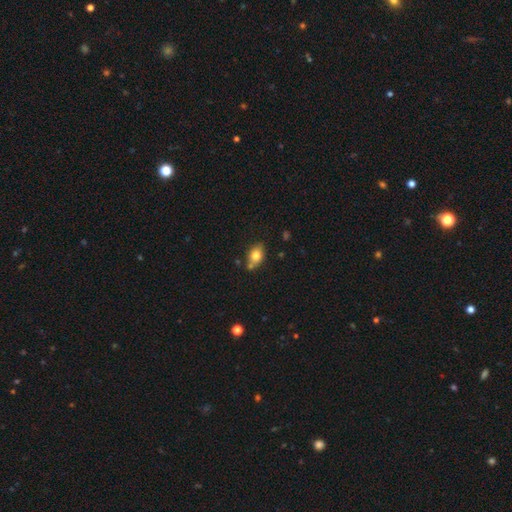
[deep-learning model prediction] This is likely a smooth galaxy (76%). How rounded: likely in between (74%). Merging: likely none (66%).